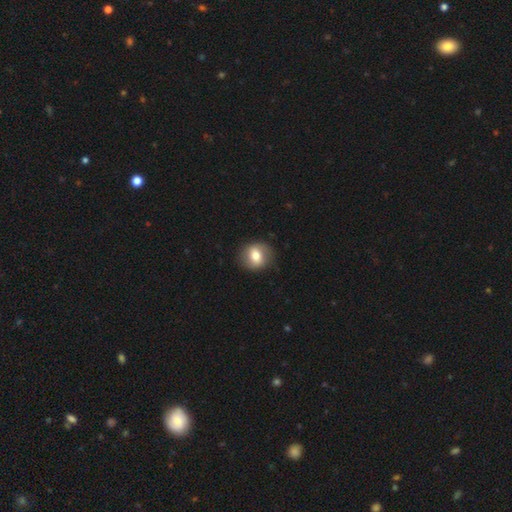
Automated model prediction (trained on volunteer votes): Q: Smooth or featured?
A: smooth (70%); runner-up: featured or disk (22%)
Q: How rounded?
A: round (73%); runner-up: in between (26%)
Q: Merging?
A: none (85%); runner-up: minor disturbance (11%)